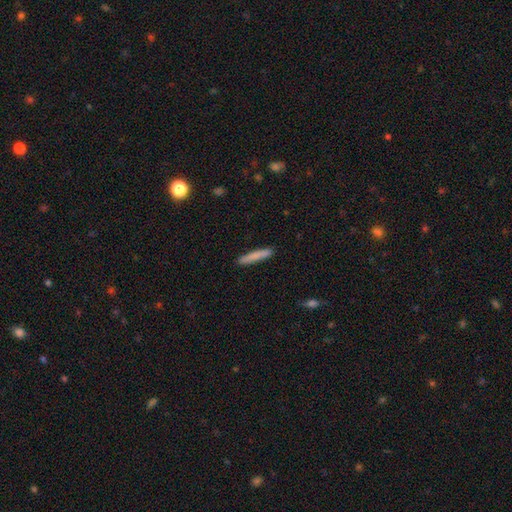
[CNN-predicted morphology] Overall: smooth (81%). How rounded: cigar-shaped (93%). Merging: none (89%).